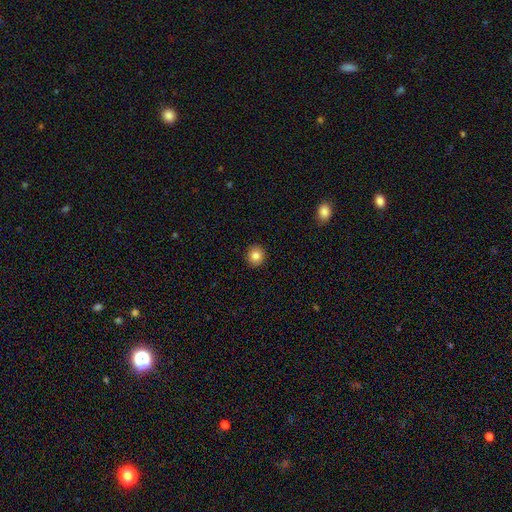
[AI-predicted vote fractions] Q: Smooth or featured?
A: smooth (84%); runner-up: star or artifact (10%)
Q: How rounded?
A: round (93%); runner-up: in between (6%)
Q: Merging?
A: none (93%); runner-up: minor disturbance (5%)